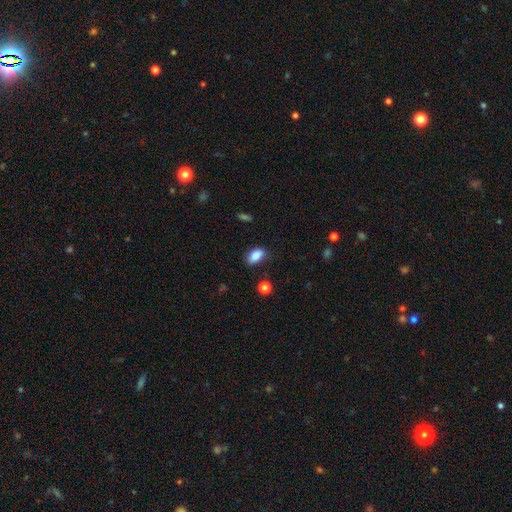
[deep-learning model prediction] smooth-or-featured: smooth: 83% | featured or disk: 8% | star or artifact: 8%
  how-rounded: in between: 88% | round: 8% | cigar-shaped: 4%
  merging: none: 80% | minor disturbance: 15% | major disturbance: 3% | merger: 2%